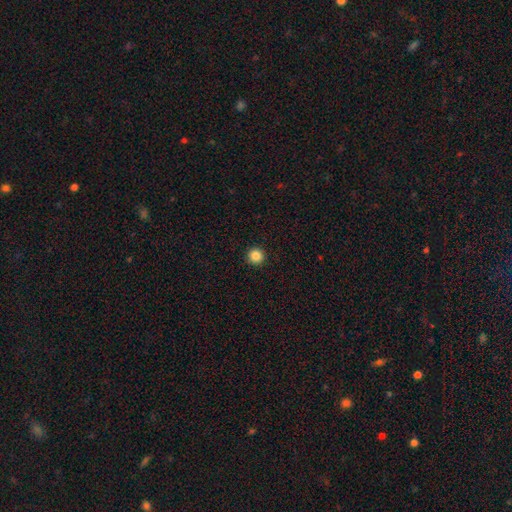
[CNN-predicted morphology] Smooth or featured?
  - smooth: 86% *
  - star or artifact: 11%
  - featured or disk: 4%
How rounded?
  - round: 96% *
  - in between: 3%
  - cigar-shaped: 1%
Merging?
  - none: 94% *
  - minor disturbance: 4%
  - major disturbance: 1%
  - merger: 1%